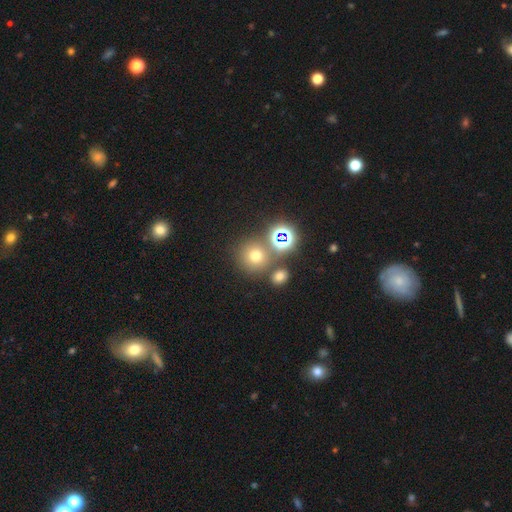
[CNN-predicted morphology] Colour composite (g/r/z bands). It shows a smooth galaxy with no disk features (63%) that is round (90%). Merging: none (70%).